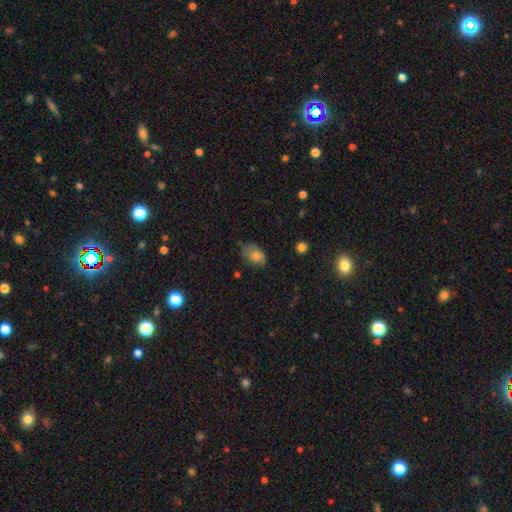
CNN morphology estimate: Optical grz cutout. It shows a smooth galaxy with no disk features (74%) that is in between round and cigar-shaped (83%). Merging: none (56%).